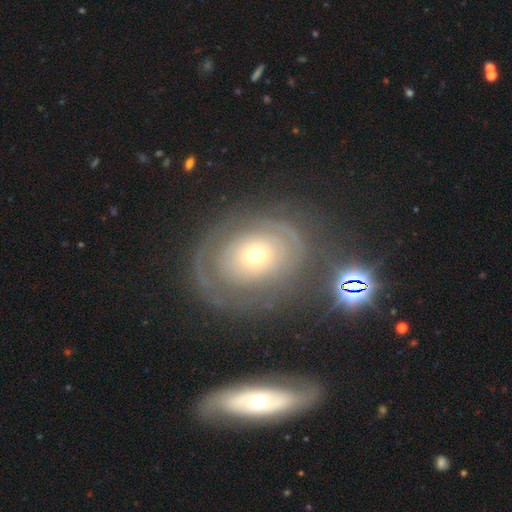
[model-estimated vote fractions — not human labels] Smooth or featured? featured or disk (67%)
Edge-on disk? no (94%)
Bar? no (89%)
Spiral arms? yes (52%)
Bulge size? small (47%)
Merging? none (68%)